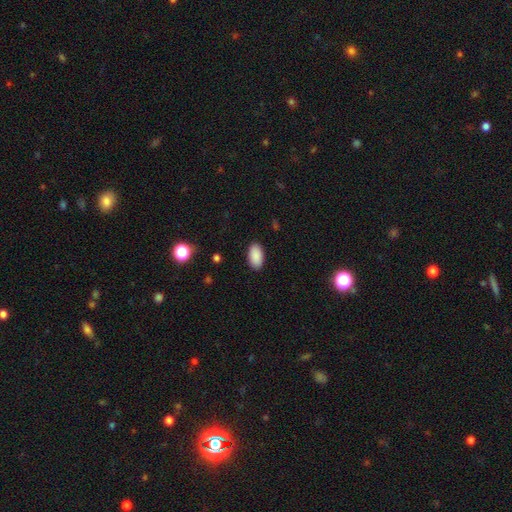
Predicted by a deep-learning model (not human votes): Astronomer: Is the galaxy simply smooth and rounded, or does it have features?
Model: smooth — 90%.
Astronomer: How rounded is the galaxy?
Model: in between — 95%.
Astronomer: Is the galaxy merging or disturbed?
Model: none — 90%.